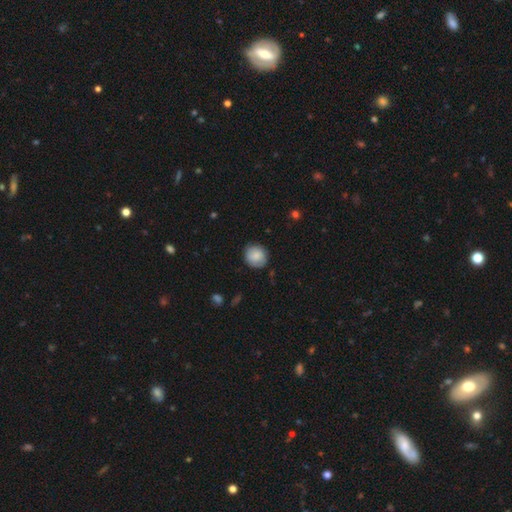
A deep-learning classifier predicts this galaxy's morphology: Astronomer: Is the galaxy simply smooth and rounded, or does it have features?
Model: smooth — 85%.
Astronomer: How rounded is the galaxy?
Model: round — 85%.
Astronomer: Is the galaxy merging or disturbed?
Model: none — 84%.